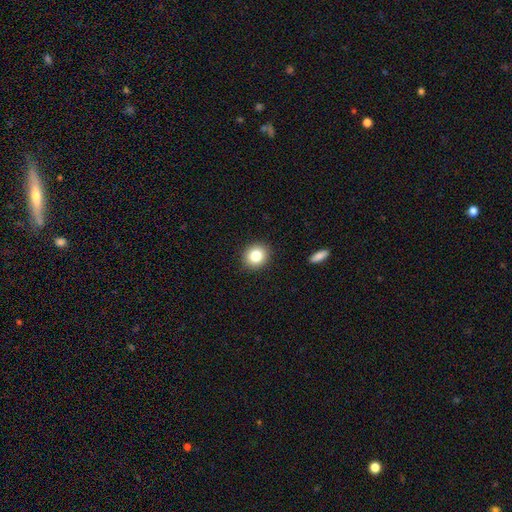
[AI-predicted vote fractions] This appears to be a smooth galaxy with no disk features (82%) that is round (80%). Merging: none (91%).